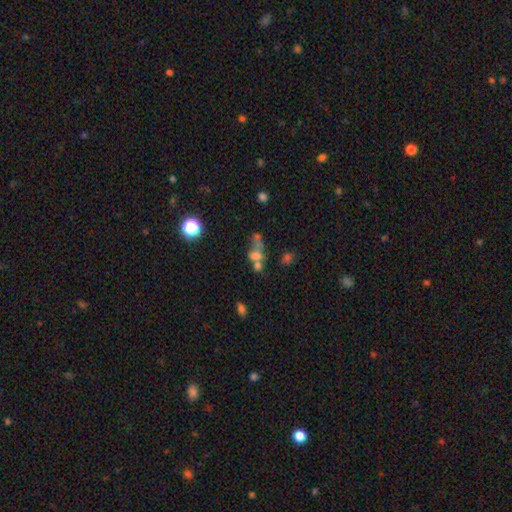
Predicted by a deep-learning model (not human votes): This is possibly a smooth galaxy (54%). How rounded: possibly in between (60%). Merging: possibly merger (54%).